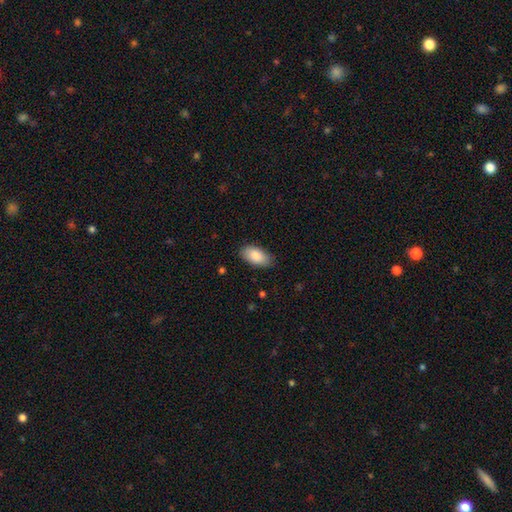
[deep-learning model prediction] Smooth or featured?
  - smooth: 88% *
  - featured or disk: 6%
  - star or artifact: 6%
How rounded?
  - in between: 94% *
  - cigar-shaped: 3%
  - round: 3%
Merging?
  - none: 84% *
  - minor disturbance: 12%
  - major disturbance: 3%
  - merger: 1%